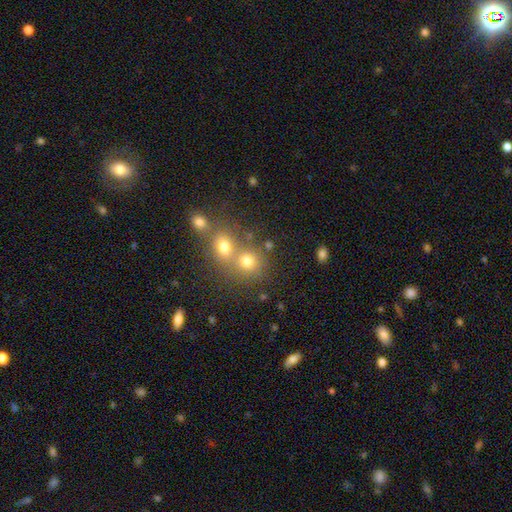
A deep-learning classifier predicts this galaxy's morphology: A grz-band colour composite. It shows a smooth galaxy with no disk features (66%) that is round (79%). Merging: merger (46%).